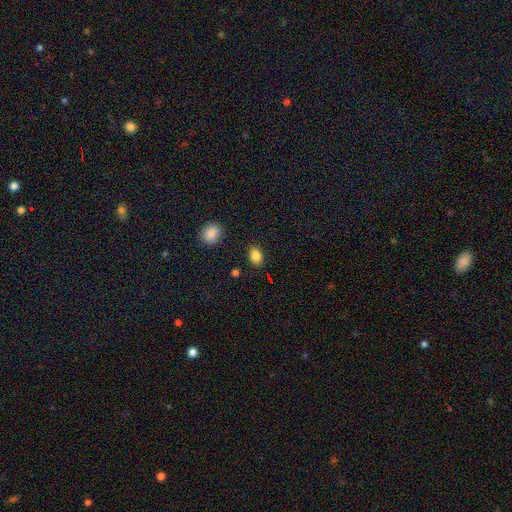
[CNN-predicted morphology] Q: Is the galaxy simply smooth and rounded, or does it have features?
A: smooth — 86%.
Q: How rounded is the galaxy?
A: in between — 77%.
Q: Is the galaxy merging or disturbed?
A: none — 86%.